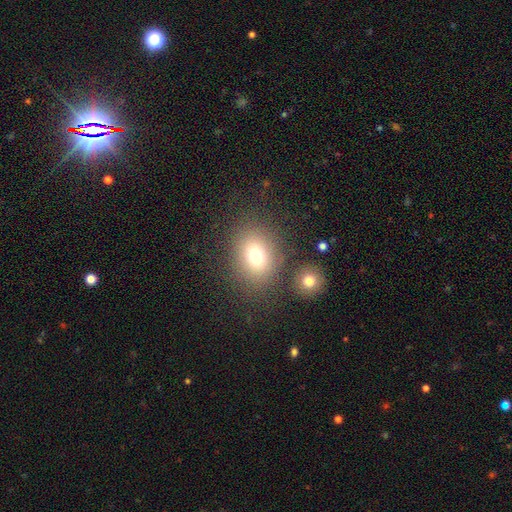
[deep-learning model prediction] Morphology: type=smooth (74%); roundness=round (51%); merging=none (75%).